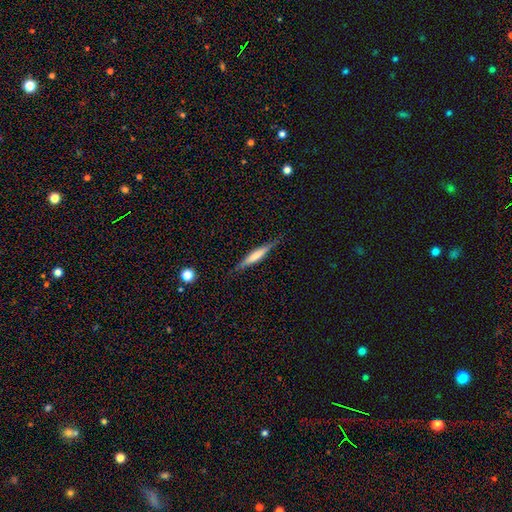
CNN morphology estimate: Smooth or featured? smooth (50%)
How rounded? cigar-shaped (92%)
Merging? none (82%)